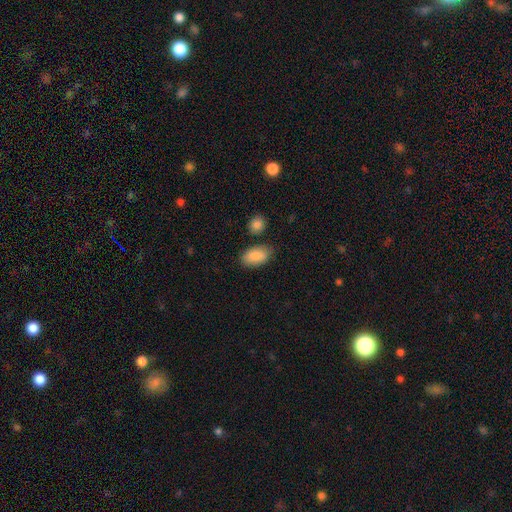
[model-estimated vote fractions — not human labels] smooth_or_featured: smooth (p=0.88) [alt: star or artifact p=0.06]
how_rounded: in between (p=0.93) [alt: round p=0.04]
merging: none (p=0.76) [alt: minor disturbance p=0.16]